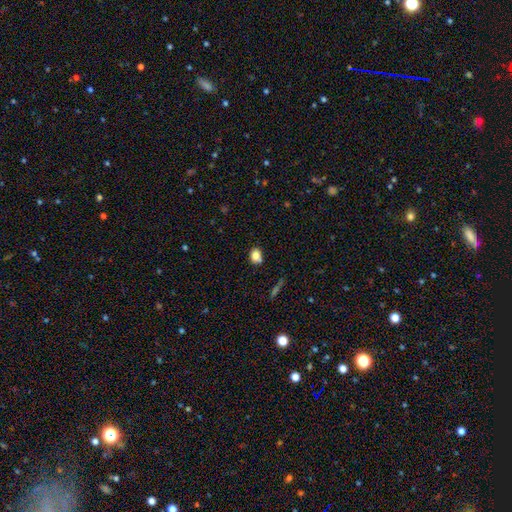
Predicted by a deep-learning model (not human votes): This is clearly a smooth galaxy (81%). How rounded: possibly in between (53%). Merging: likely none (77%).